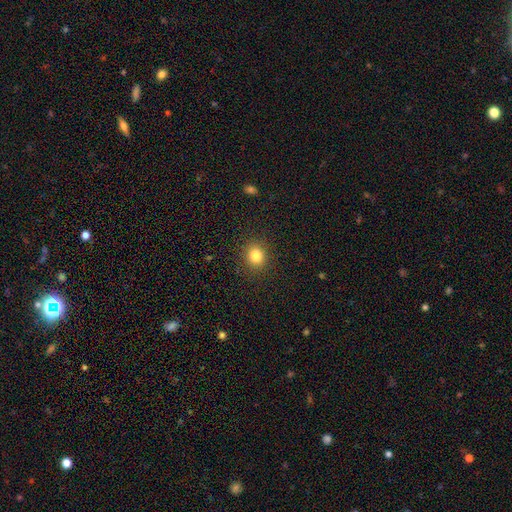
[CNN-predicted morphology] Smooth or featured: smooth — 82% (star or artifact — 12%)
How rounded: round — 79% (in between — 20%)
Merging: none — 89% (minor disturbance — 7%)